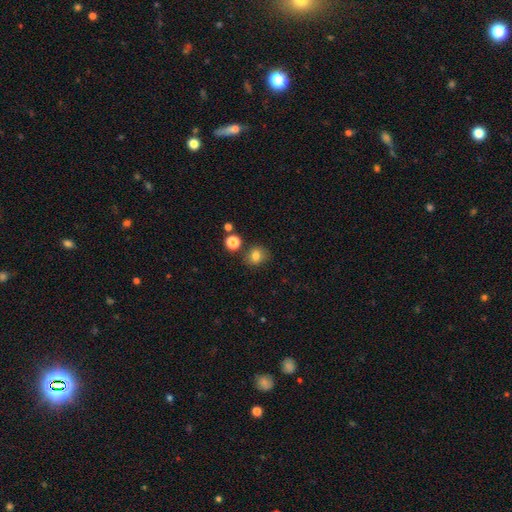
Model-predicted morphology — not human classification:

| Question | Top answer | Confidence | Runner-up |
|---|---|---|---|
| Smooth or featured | smooth | 80% | star or artifact (13%) |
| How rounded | round | 71% | in between (29%) |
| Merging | none | 75% | minor disturbance (13%) |